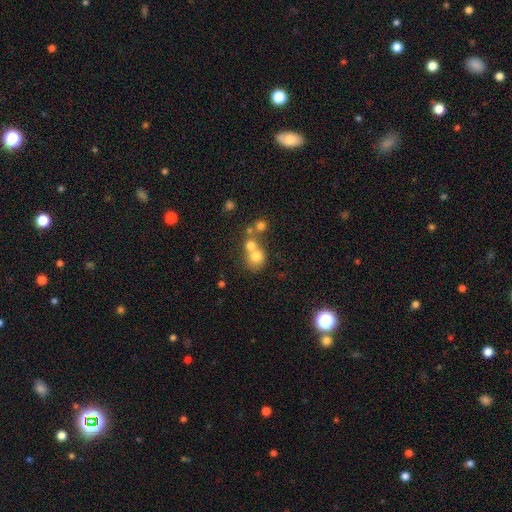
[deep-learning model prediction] Smooth or featured: smooth — 70% (featured or disk — 17%)
How rounded: round — 80% (in between — 19%)
Merging: merger — 52% (none — 37%)